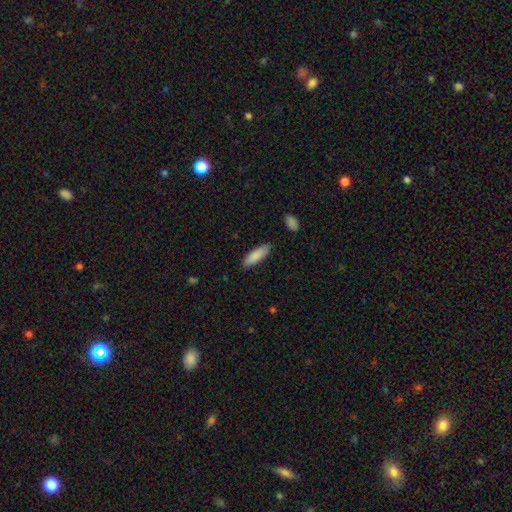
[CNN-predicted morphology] Q: Smooth or featured?
A: smooth (87%); runner-up: featured or disk (8%)
Q: How rounded?
A: cigar-shaped (51%); runner-up: in between (48%)
Q: Merging?
A: none (86%); runner-up: minor disturbance (10%)